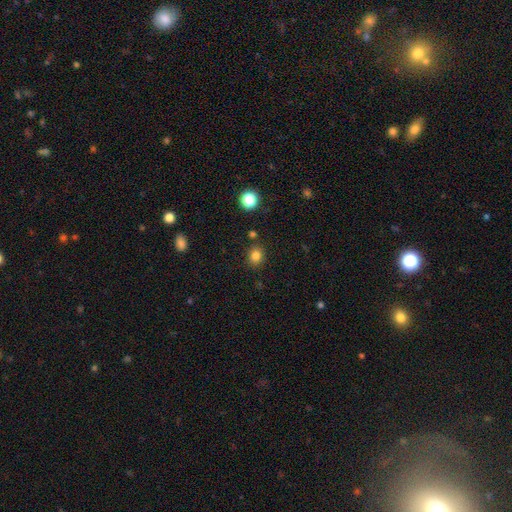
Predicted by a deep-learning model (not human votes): Q: Smooth or featured?
A: smooth (83%); runner-up: star or artifact (13%)
Q: How rounded?
A: round (73%); runner-up: in between (26%)
Q: Merging?
A: none (84%); runner-up: minor disturbance (9%)